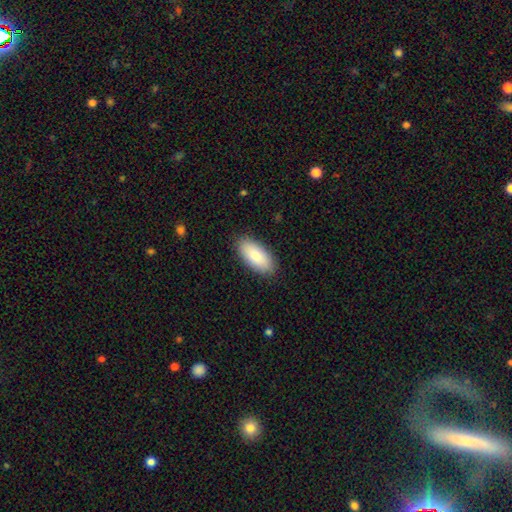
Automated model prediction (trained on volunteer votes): Morphology: type=smooth (87%); roundness=in between (91%); merging=none (88%).